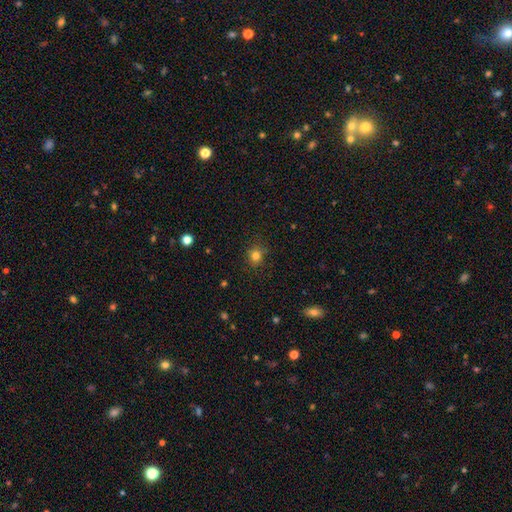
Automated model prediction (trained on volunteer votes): smooth_or_featured: smooth (p=0.81) [alt: star or artifact p=0.14]
how_rounded: round (p=0.82) [alt: in between p=0.17]
merging: none (p=0.85) [alt: minor disturbance p=0.11]